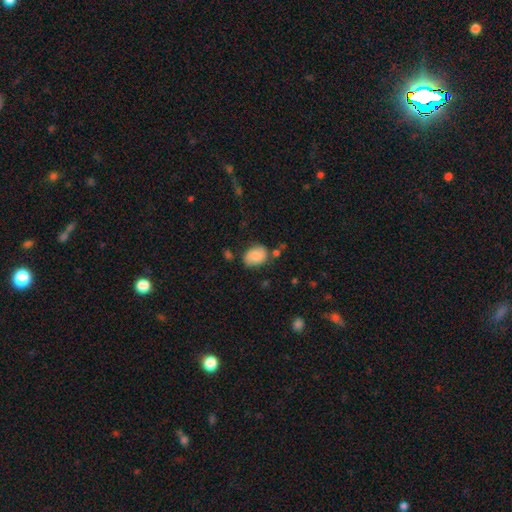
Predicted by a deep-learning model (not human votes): Smooth or featured: smooth — 76% (featured or disk — 16%)
How rounded: in between — 68% (round — 31%)
Merging: none — 70% (minor disturbance — 20%)